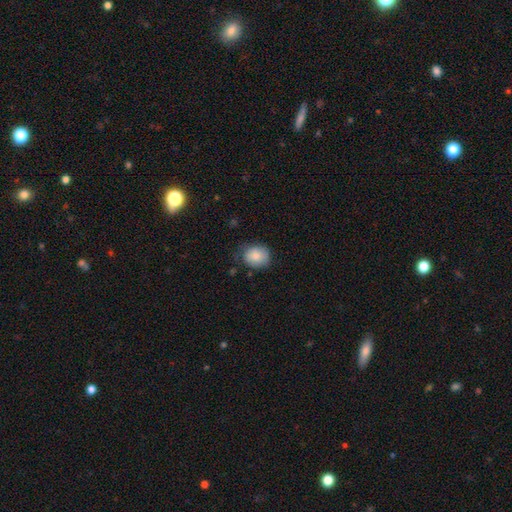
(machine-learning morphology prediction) Smooth or featured: smooth — 83% (featured or disk — 9%)
How rounded: round — 63% (in between — 36%)
Merging: none — 67% (minor disturbance — 25%)